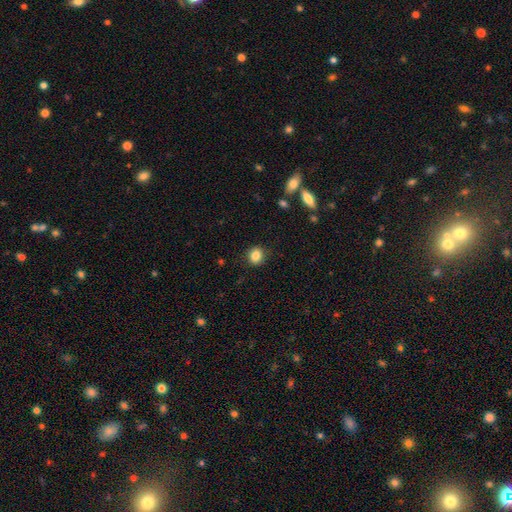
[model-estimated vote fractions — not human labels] This appears to be a smooth galaxy with no disk features (84%) that is round (71%). Merging: none (88%).